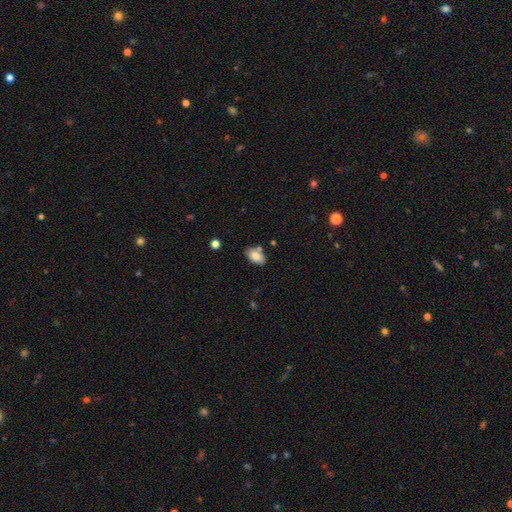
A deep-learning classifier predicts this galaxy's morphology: A smooth galaxy with no disk features (82%) that is in between round and cigar-shaped (92%). Merging: none (71%).